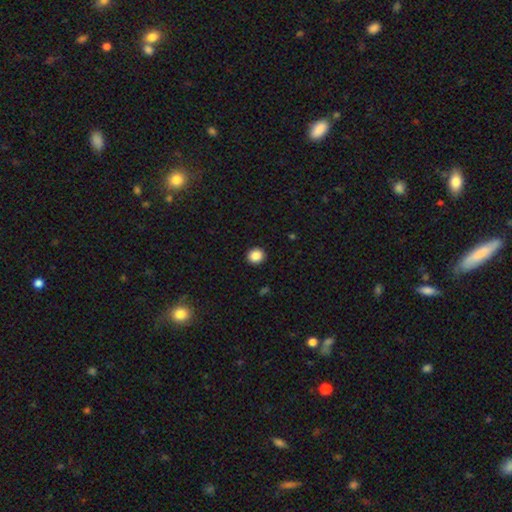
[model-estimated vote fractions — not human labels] Smooth or featured: smooth — 87% (star or artifact — 10%)
How rounded: round — 89% (in between — 10%)
Merging: none — 92% (minor disturbance — 5%)